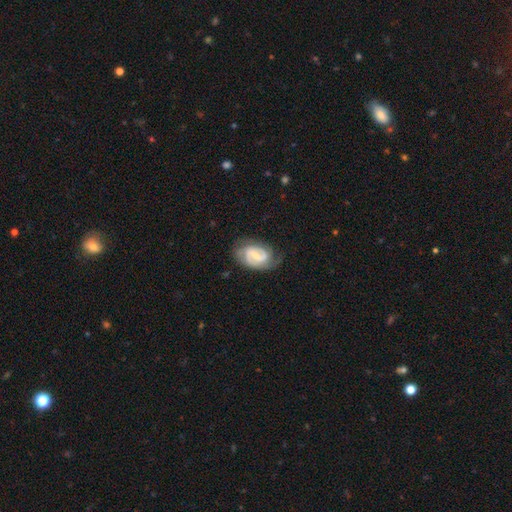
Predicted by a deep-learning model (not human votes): This is clearly a featured or disk galaxy (83%). It is clearly not viewed edge-on (97%). Bar: possibly weak (53%). Spiral arm pattern: clearly yes (95%). Spiral arm count: likely 2 (78%). Spiral winding: possibly tight (48%). Central bulge: possibly small (56%). Merging: likely none (70%).